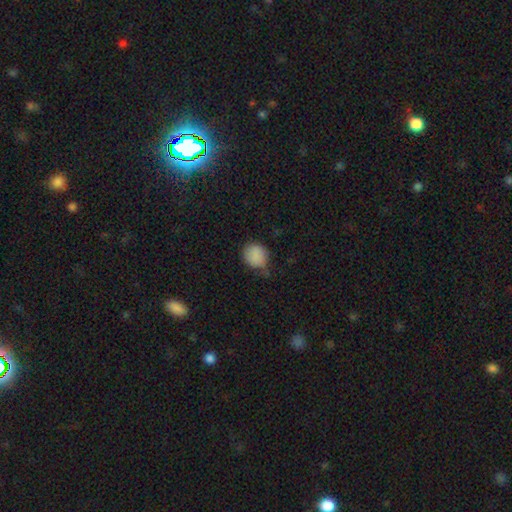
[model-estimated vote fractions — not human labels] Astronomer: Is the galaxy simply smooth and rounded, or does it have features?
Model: smooth — 86%.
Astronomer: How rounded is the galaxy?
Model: round — 76%.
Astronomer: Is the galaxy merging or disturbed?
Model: none — 56% (runner-up: minor disturbance, 33%).